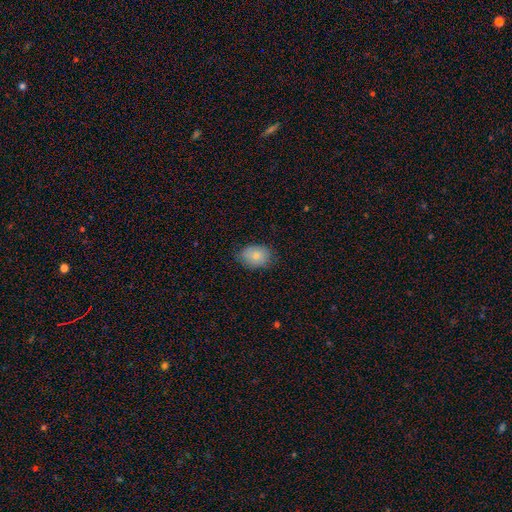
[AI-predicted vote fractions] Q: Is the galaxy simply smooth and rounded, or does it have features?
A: smooth — 77%.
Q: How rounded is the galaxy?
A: in between — 74%.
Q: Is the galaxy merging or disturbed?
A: none — 74%.